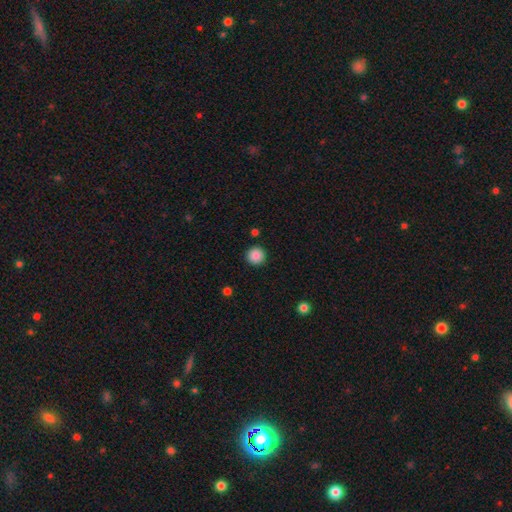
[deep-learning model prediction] Smooth or featured?
  - smooth: 88% *
  - star or artifact: 9%
  - featured or disk: 3%
How rounded?
  - round: 96% *
  - in between: 3%
  - cigar-shaped: 1%
Merging?
  - none: 92% *
  - minor disturbance: 5%
  - major disturbance: 2%
  - merger: 1%